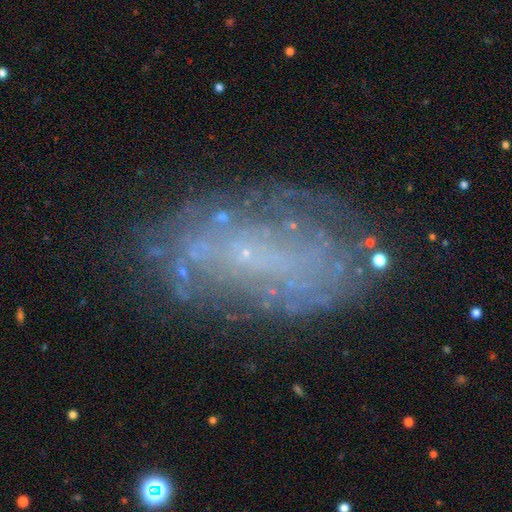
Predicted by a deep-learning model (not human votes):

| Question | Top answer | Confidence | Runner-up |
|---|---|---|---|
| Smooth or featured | featured or disk | 62% | smooth (23%) |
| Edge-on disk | no | 94% | yes (6%) |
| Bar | no | 73% | weak (21%) |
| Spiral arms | no | 51% | yes (49%) |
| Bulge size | small | 56% | none (38%) |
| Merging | none | 70% | minor disturbance (17%) |